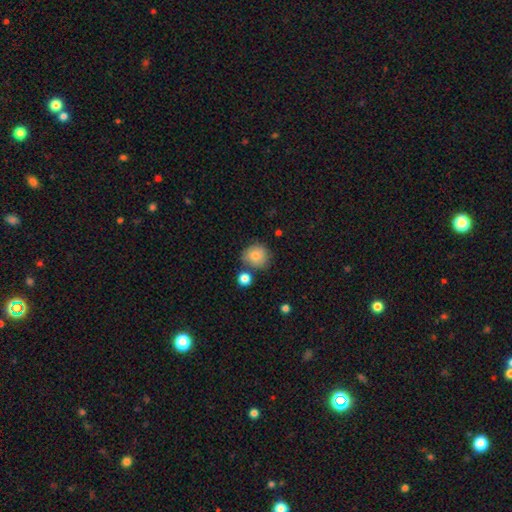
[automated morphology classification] Q: Smooth or featured?
A: smooth (79%); runner-up: featured or disk (12%)
Q: How rounded?
A: round (88%); runner-up: in between (12%)
Q: Merging?
A: none (68%); runner-up: minor disturbance (16%)